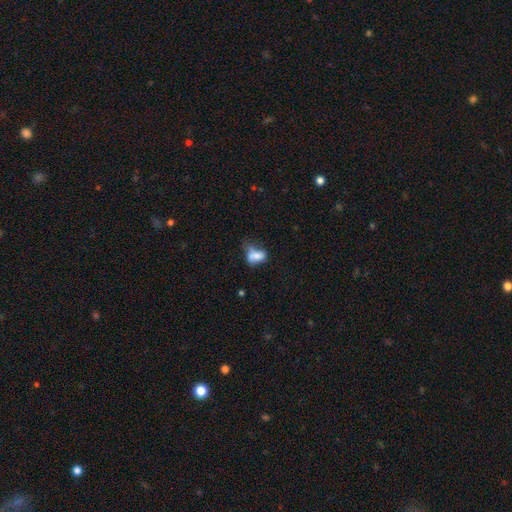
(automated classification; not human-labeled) Q: Smooth or featured?
A: smooth (64%); runner-up: featured or disk (25%)
Q: How rounded?
A: in between (80%); runner-up: round (14%)
Q: Merging?
A: major disturbance (26%); runner-up: minor disturbance (25%)